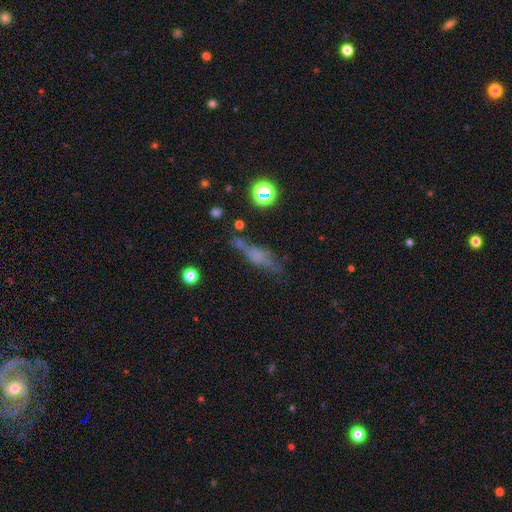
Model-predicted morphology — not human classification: smooth-or-featured: smooth: 46% | featured or disk: 33% | star or artifact: 21%
  merging: none: 50% | minor disturbance: 23% | major disturbance: 17% | merger: 10%